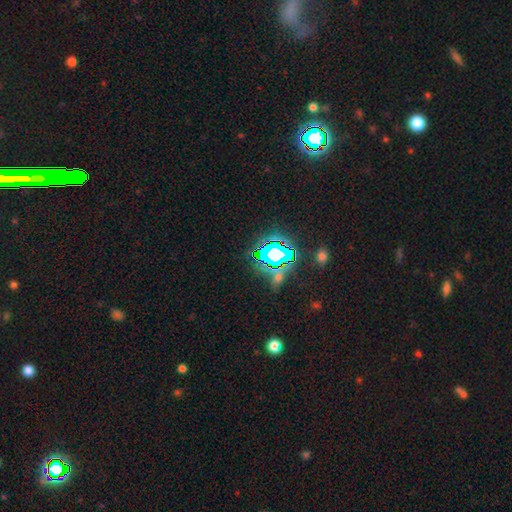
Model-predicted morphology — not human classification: A star or artifact, not a galaxy (78%).

Vote fractions:
- Smooth or featured? star or artifact: 78% / smooth: 13% / featured or disk: 9%